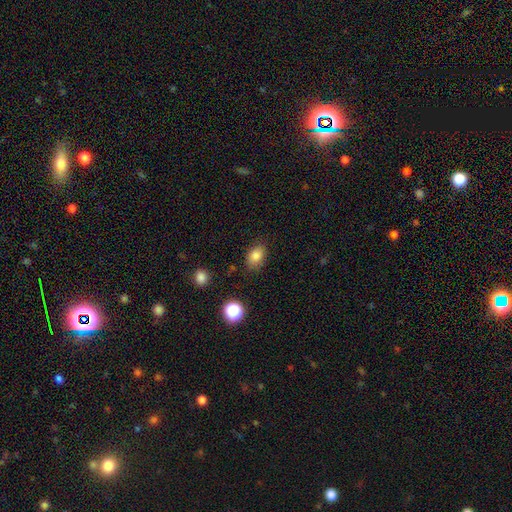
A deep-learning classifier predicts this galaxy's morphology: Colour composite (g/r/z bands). It shows a smooth galaxy with no disk features (82%) that is in between round and cigar-shaped (79%). Merging: none (81%).